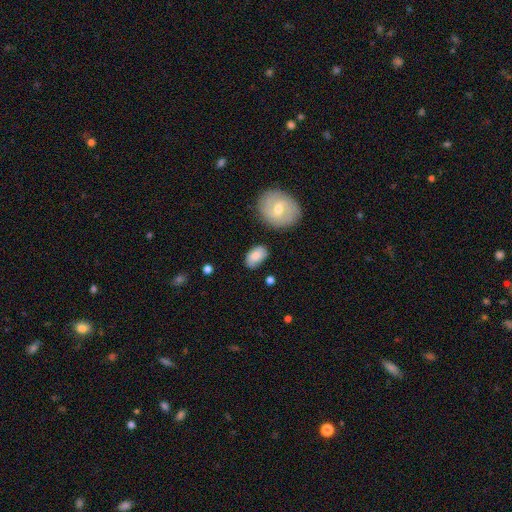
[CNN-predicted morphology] A smooth galaxy with no disk features (75%) that is in between round and cigar-shaped (87%). Merging: none (71%).